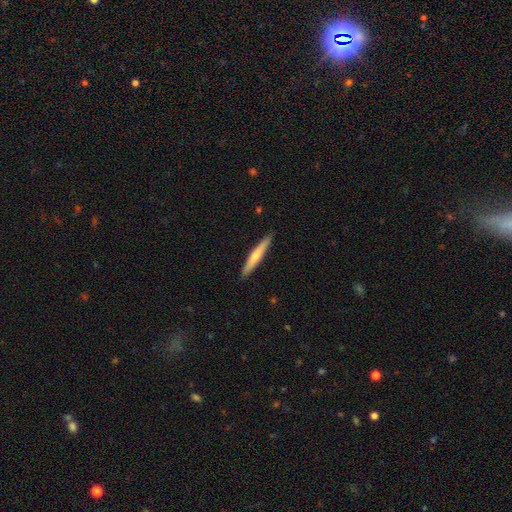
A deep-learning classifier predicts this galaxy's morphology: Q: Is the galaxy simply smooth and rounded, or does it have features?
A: smooth — 57%.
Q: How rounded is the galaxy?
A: cigar-shaped — 94%.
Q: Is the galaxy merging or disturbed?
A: none — 89%.